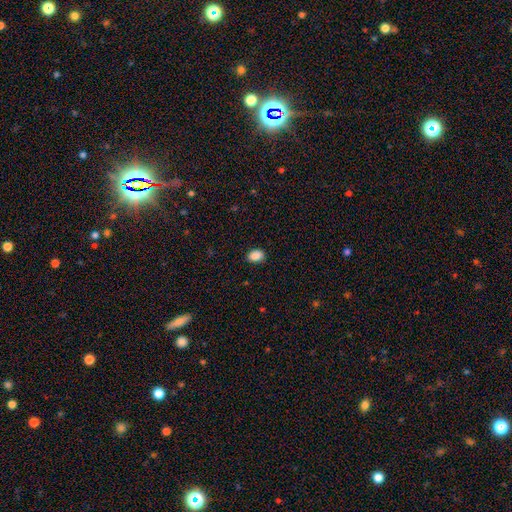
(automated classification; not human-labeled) Q: Smooth or featured?
A: smooth (89%); runner-up: star or artifact (8%)
Q: How rounded?
A: in between (74%); runner-up: round (25%)
Q: Merging?
A: none (86%); runner-up: minor disturbance (10%)